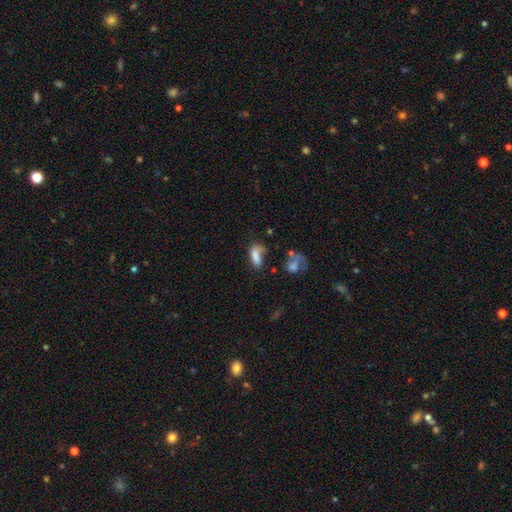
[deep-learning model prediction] Morphology: type=smooth (74%); roundness=in between (77%); merging=none (35%).